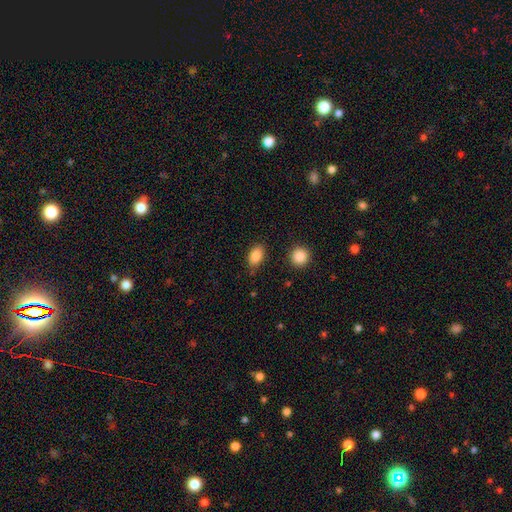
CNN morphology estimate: A smooth galaxy with no disk features (86%) that is in between round and cigar-shaped (86%).

Vote fractions:
- Smooth or featured? smooth: 86% / star or artifact: 8% / featured or disk: 6%
- How rounded? in between: 86% / round: 12% / cigar-shaped: 2%
- Merging? none: 80% / minor disturbance: 14% / major disturbance: 3% / merger: 3%